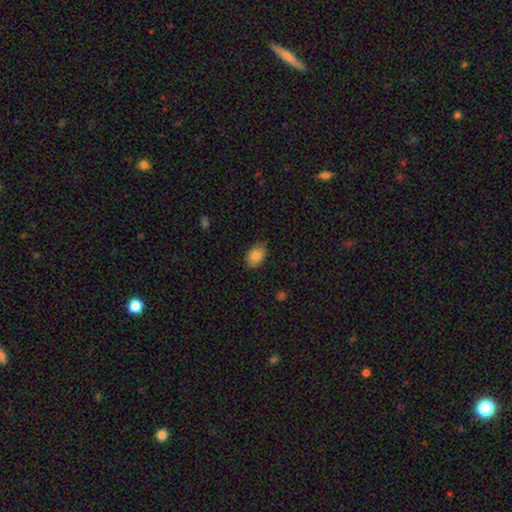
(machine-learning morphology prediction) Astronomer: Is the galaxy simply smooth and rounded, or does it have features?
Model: smooth — 83%.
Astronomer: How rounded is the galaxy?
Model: in between — 84%.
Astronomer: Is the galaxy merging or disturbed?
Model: none — 81%.